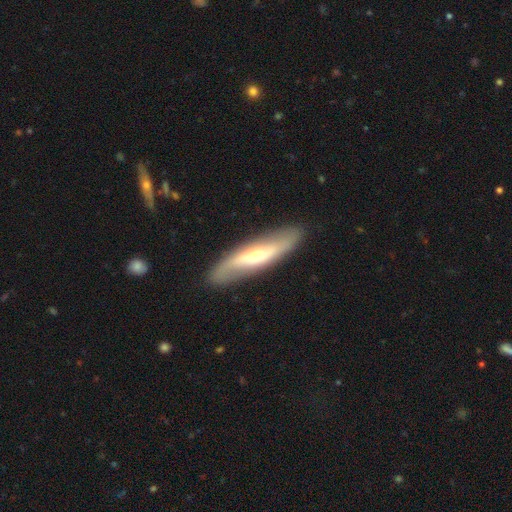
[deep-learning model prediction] This appears to be a featured or disk galaxy (60%). Merging: none (85%).